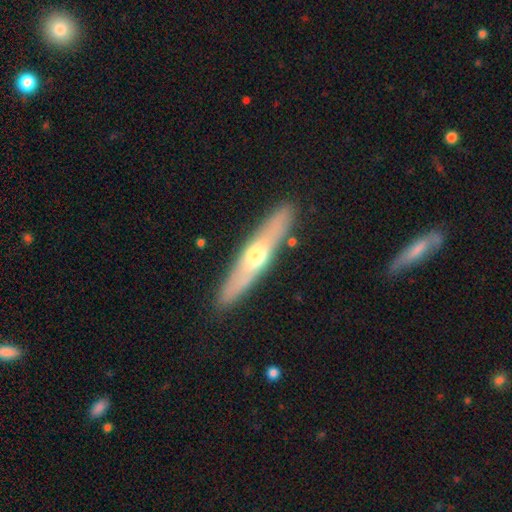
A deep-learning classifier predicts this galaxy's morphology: The model was most divided on "smooth or featured": featured or disk: 50%, smooth: 44%, star or artifact: 5%. More confident: merging — none (88%); edge-on disk — yes (81%).